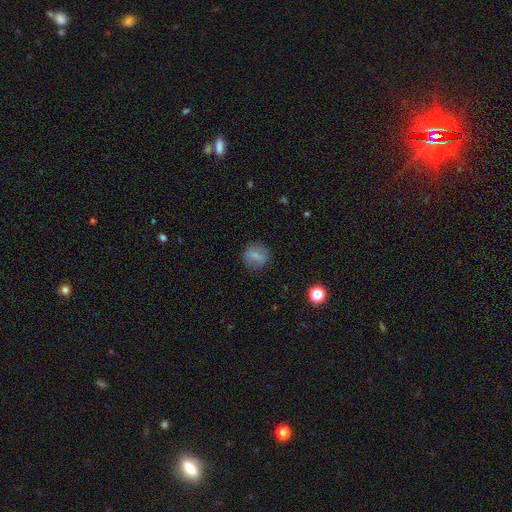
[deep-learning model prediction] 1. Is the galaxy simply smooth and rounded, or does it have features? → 67% smooth, 23% featured or disk, 10% star or artifact.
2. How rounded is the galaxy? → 73% round, 24% in between, 3% cigar-shaped.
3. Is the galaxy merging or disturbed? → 84% none, 11% minor disturbance, 4% major disturbance, 1% merger.